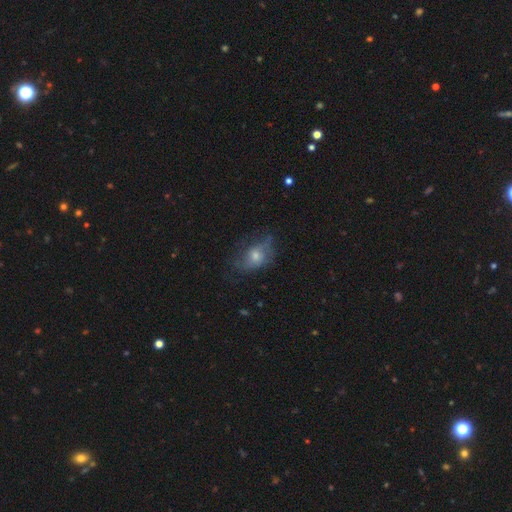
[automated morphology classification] smooth_or_featured: smooth (p=0.46) [alt: featured or disk p=0.42]
merging: none (p=0.50) [alt: minor disturbance p=0.28]